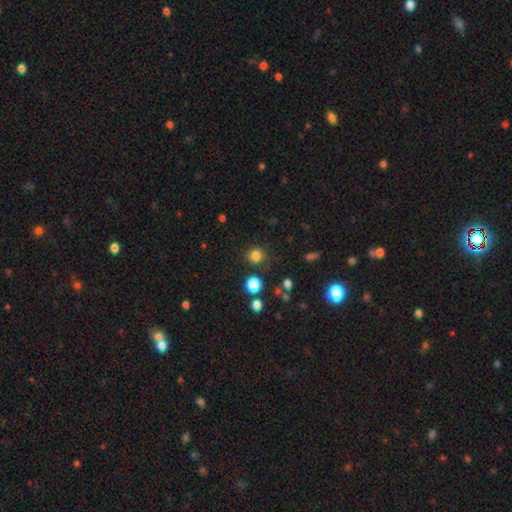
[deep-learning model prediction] This is clearly a smooth galaxy (81%). How rounded: clearly round (90%). Merging: clearly none (83%).